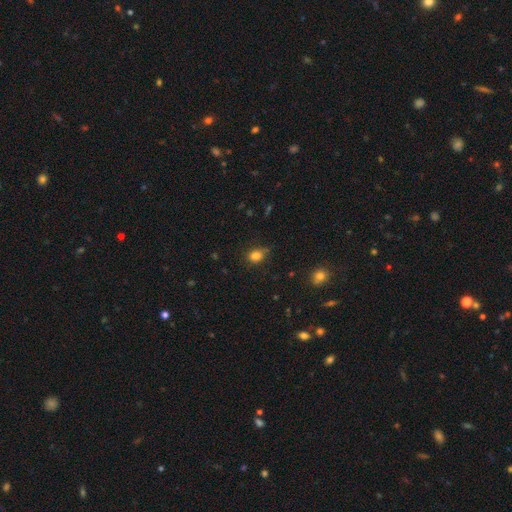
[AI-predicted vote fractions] This is clearly a smooth galaxy (82%). How rounded: possibly in between (56%). Merging: likely none (68%).